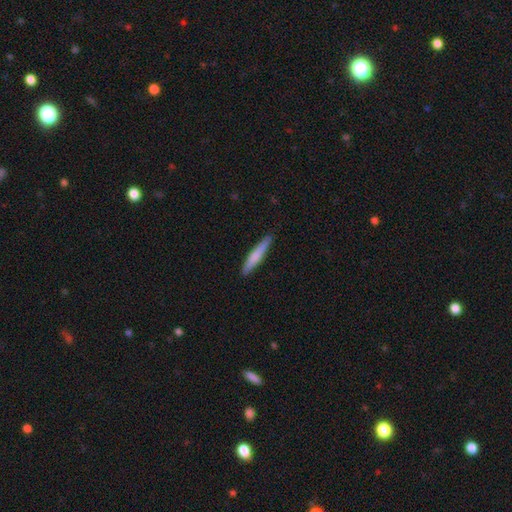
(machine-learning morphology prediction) This appears to be a smooth galaxy with no disk features (68%) that is cigar-shaped (93%). Merging: none (90%).